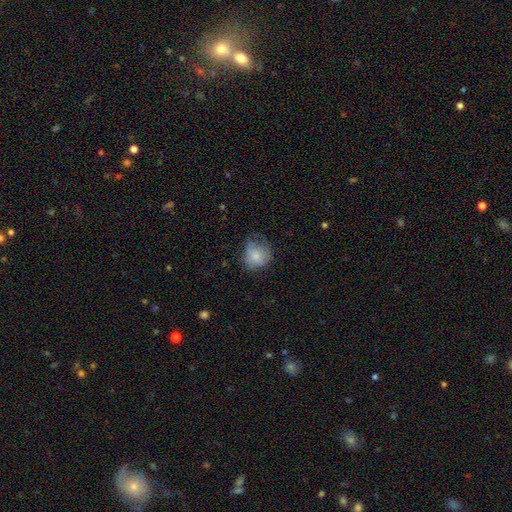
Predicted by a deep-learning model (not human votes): Morphology: type=smooth (70%); roundness=round (67%); merging=none (44%).